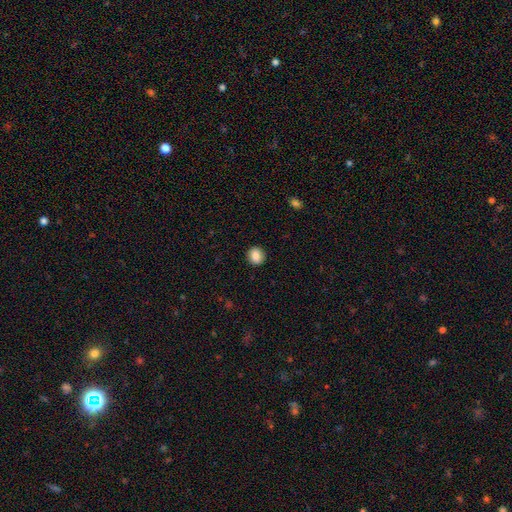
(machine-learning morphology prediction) smooth_or_featured: smooth (p=0.86) [alt: star or artifact p=0.09]
how_rounded: round (p=0.76) [alt: in between p=0.23]
merging: none (p=0.91) [alt: minor disturbance p=0.06]